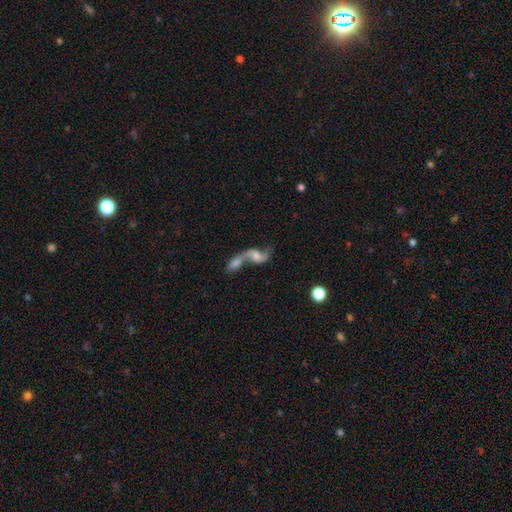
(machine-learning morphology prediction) featured or disk 65%, smooth 26%, star or artifact 9%. Down the decision tree: edge-on disk — no (94%); bar — no (56%); spiral arms — yes (81%); bulge size — moderate (34%); merging — merger (75%).